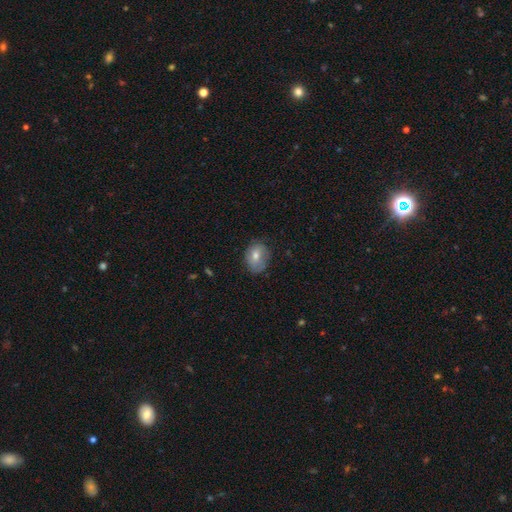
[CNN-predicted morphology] Q: Smooth or featured?
A: smooth (66%); runner-up: featured or disk (24%)
Q: How rounded?
A: in between (50%); runner-up: round (49%)
Q: Merging?
A: none (68%); runner-up: minor disturbance (25%)